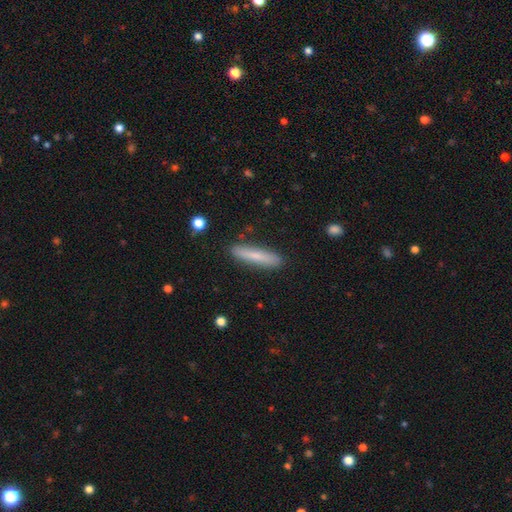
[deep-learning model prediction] smooth_or_featured: smooth (p=0.72) [alt: featured or disk p=0.22]
how_rounded: cigar-shaped (p=0.89) [alt: in between p=0.10]
merging: none (p=0.88) [alt: minor disturbance p=0.09]